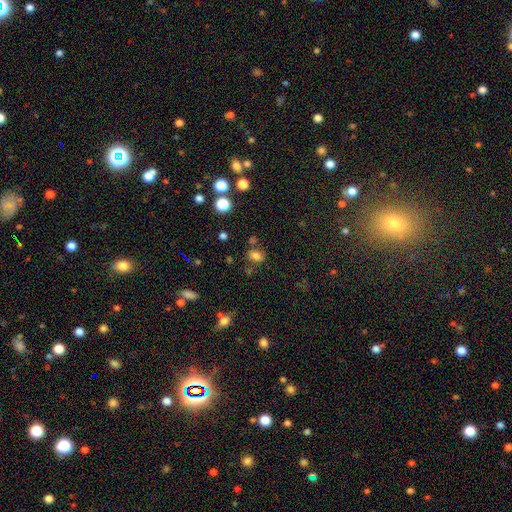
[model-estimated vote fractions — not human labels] Smooth or featured? Predicted: smooth (p=0.77). How rounded? Predicted: in between (p=0.61). Merging? Predicted: none (p=0.72).